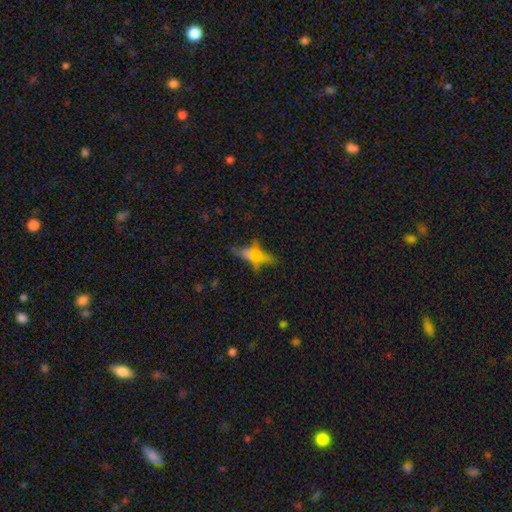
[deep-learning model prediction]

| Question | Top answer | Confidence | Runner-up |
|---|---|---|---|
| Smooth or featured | smooth | 50% | featured or disk (32%) |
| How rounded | in between | 45% | tied: cigar-shaped (45%) |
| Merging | none | 46% | merger (29%) |